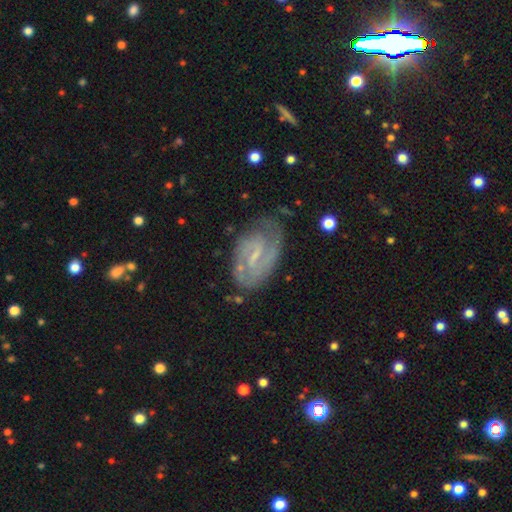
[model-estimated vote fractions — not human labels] This is clearly a featured or disk galaxy (82%). It is clearly not viewed edge-on (97%). Bar: possibly weak (56%). Spiral arm pattern: clearly yes (93%). Spiral arm count: likely 2 (67%). Spiral winding: marginally tight (44%). Central bulge: possibly small (56%). Merging: likely none (67%).